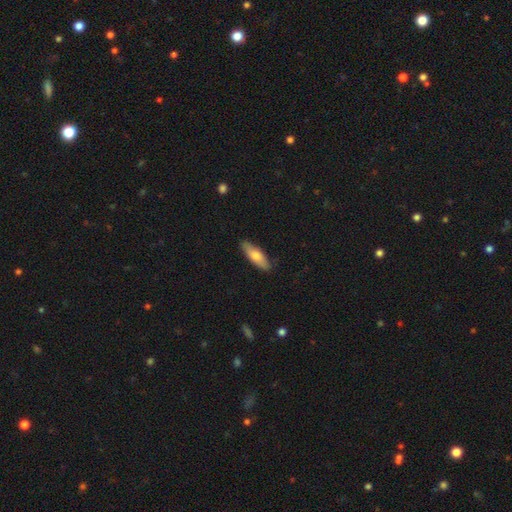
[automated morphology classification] Overall: smooth (72%). How rounded: in between (53%; cigar-shaped 45%). Merging: none (86%).